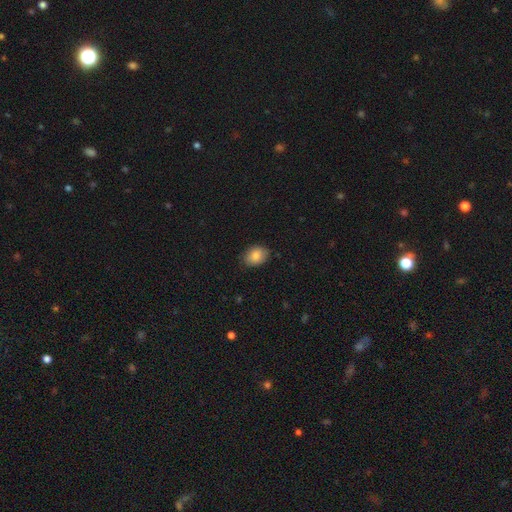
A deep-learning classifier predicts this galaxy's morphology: Smooth or featured: smooth — 85% (star or artifact — 8%)
How rounded: in between — 70% (round — 29%)
Merging: none — 82% (minor disturbance — 15%)